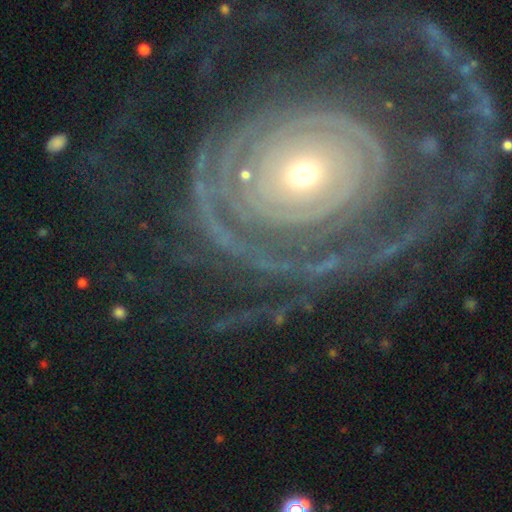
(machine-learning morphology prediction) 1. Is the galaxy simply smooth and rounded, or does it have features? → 86% featured or disk, 8% star or artifact, 6% smooth.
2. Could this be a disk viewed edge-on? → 97% no, 3% yes.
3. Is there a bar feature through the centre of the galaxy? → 80% no, 12% weak, 8% strong.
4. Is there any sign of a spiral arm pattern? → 93% yes, 7% no.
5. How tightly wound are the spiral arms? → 79% tight, 15% medium, 6% loose.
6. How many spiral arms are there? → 26% 2, 25% can't tell, 15% 3, 12% 4, 11% more than 4, 10% 1.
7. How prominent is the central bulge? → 57% small, 38% moderate, 3% large, 1% dominant, 1% none.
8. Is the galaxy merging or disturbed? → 68% none, 15% major disturbance, 14% minor disturbance, 3% merger.